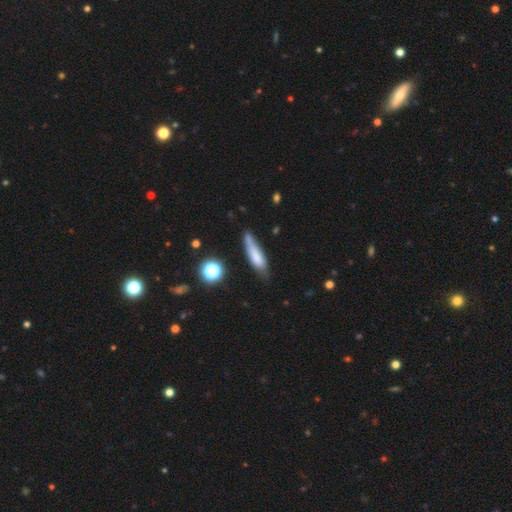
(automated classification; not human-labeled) Morphology: type=smooth (72%); roundness=cigar-shaped (66%); merging=none (53%).